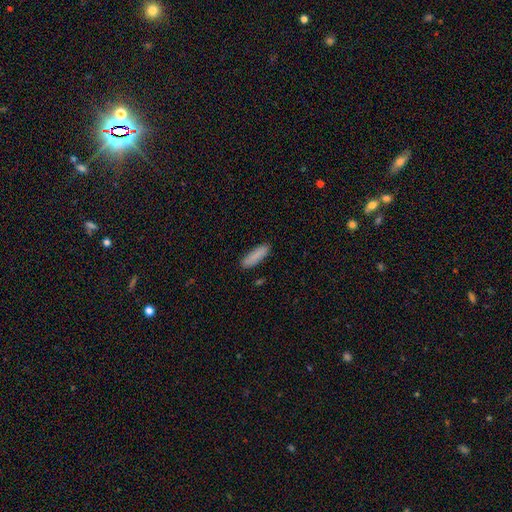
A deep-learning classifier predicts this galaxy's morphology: smooth 86%, featured or disk 8%, star or artifact 7%. Down the decision tree: how rounded — cigar-shaped (58%); merging — none (86%).